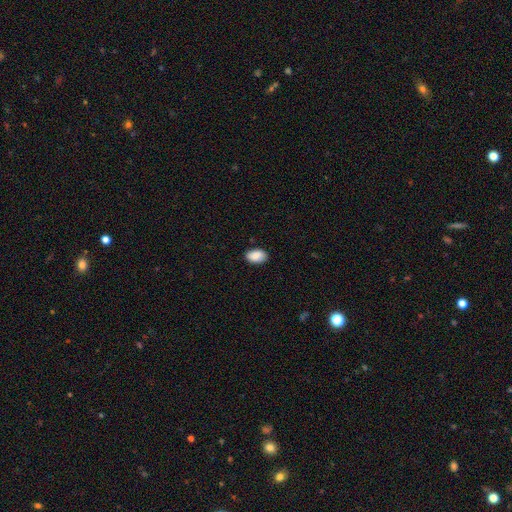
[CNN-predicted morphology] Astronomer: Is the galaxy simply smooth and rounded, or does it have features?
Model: smooth — 89%.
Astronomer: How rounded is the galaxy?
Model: in between — 92%.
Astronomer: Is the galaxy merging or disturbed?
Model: none — 86%.